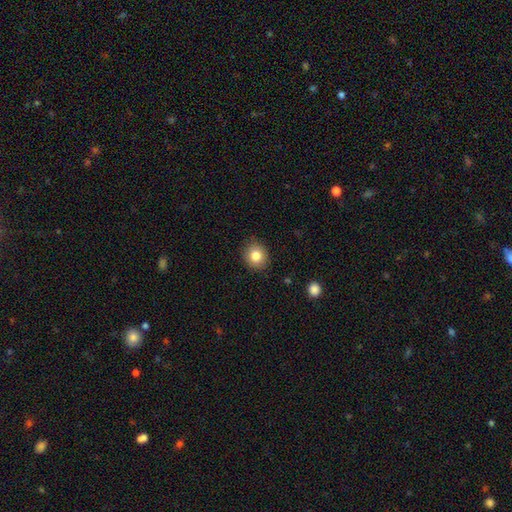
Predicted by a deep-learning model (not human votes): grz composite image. It shows a smooth galaxy with no disk features (82%) that is round (79%). Merging: none (88%).